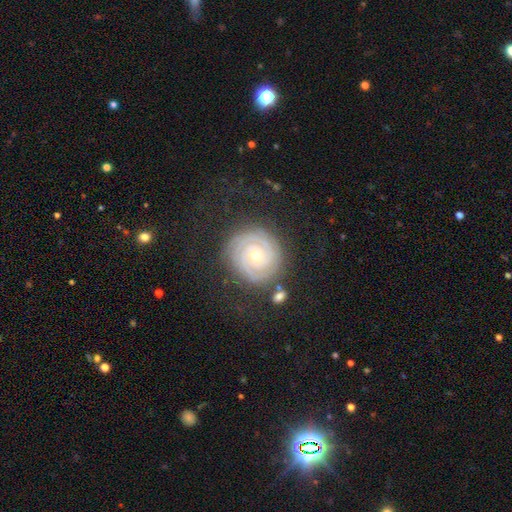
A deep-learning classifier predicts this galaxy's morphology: smooth-or-featured: featured or disk: 87% | star or artifact: 8% | smooth: 6%
  disk-edge-on: no: 98% | yes: 2%
    bar: no: 78% | weak: 15% | strong: 7%
    has-spiral-arms: yes: 98% | no: 2%
      spiral-winding: tight: 91% | medium: 8% | loose: 2%
      spiral-arm-count: 2: 57% | 3: 14% | can't tell: 12% | 4: 6% | more than 4: 5% | 1: 5%
    bulge-size: small: 55% | moderate: 41% | large: 1% | dominant: 1% | none: 1%
  merging: none: 83% | minor disturbance: 11% | major disturbance: 4% | merger: 2%